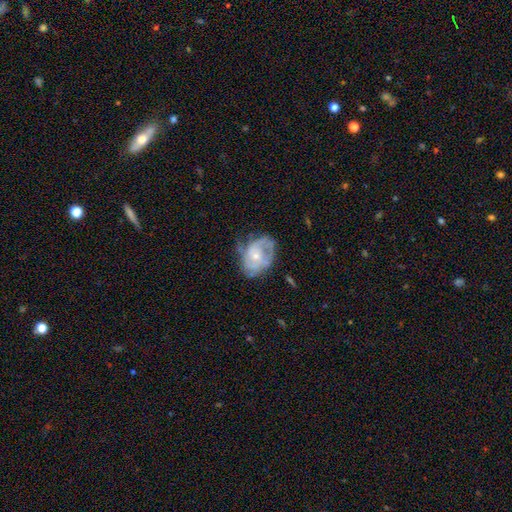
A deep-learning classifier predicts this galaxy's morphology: This is likely a featured or disk galaxy (70%). It is clearly not viewed edge-on (97%). Bar: likely no (76%). Spiral arm pattern: likely yes (74%). Central bulge: likely small (61%). Merging: possibly none (48%).